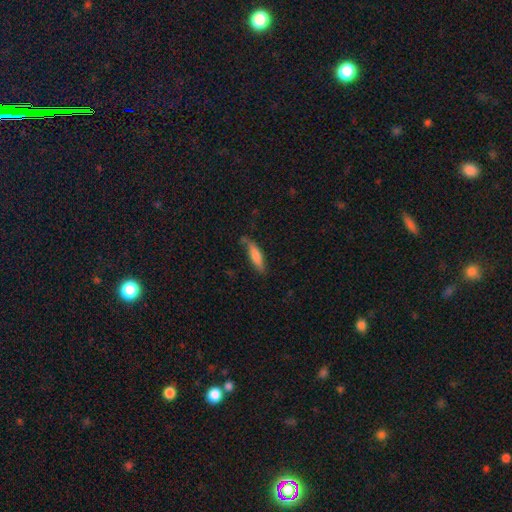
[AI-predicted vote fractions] The model was most divided on "how rounded": cigar-shaped: 69%, in between: 30%, round: 2%. More confident: smooth or featured — smooth (75%); merging — none (65%).